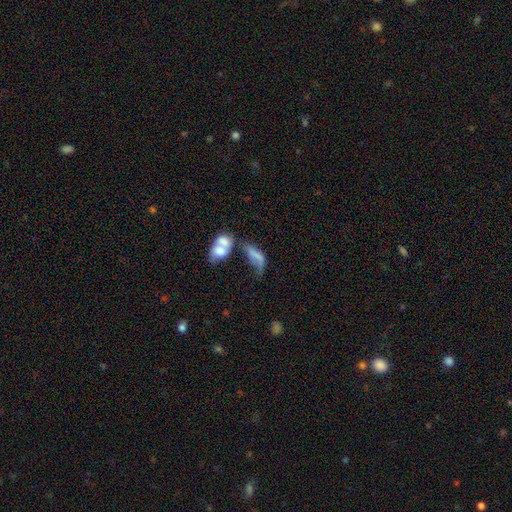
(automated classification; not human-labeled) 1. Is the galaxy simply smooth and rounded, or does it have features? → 53% smooth, 36% featured or disk, 11% star or artifact.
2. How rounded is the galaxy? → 75% in between, 20% cigar-shaped, 6% round.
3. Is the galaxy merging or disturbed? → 54% merger, 20% major disturbance, 14% none, 12% minor disturbance.